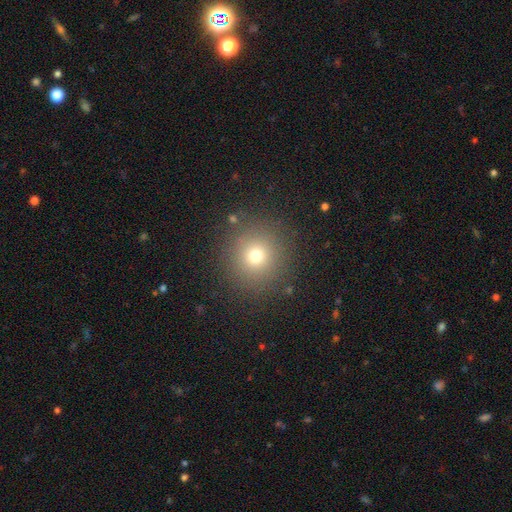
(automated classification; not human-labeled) Morphology: type=smooth (72%); roundness=round (94%); merging=none (88%).